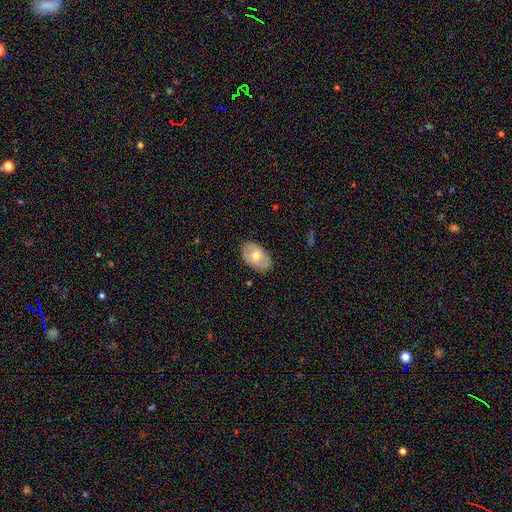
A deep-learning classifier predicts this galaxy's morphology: A smooth galaxy with no disk features (63%) that is in between round and cigar-shaped (89%).

Vote fractions:
- Smooth or featured? smooth: 63% / featured or disk: 30% / star or artifact: 6%
- How rounded? in between: 89% / round: 9% / cigar-shaped: 1%
- Merging? none: 85% / minor disturbance: 12% / major disturbance: 2% / merger: 1%